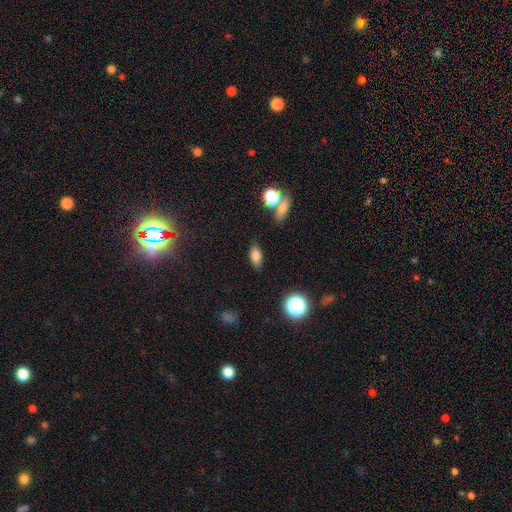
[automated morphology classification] The model was most divided on "smooth or featured": smooth: 80%, star or artifact: 11%, featured or disk: 8%. More confident: how rounded — in between (85%); merging — none (82%).